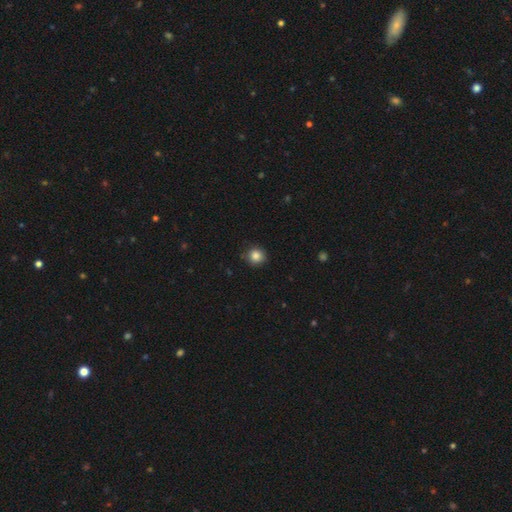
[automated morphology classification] Smooth or featured? smooth (85%)
How rounded? round (92%)
Merging? none (88%)